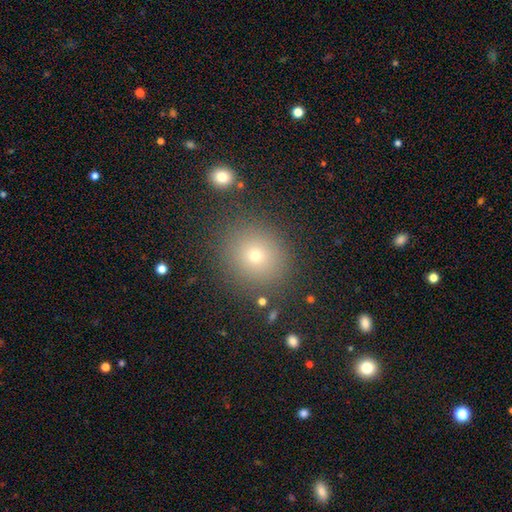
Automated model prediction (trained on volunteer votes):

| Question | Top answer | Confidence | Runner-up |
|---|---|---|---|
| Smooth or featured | smooth | 72% | star or artifact (18%) |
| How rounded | round | 84% | in between (15%) |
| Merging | none | 86% | minor disturbance (8%) |